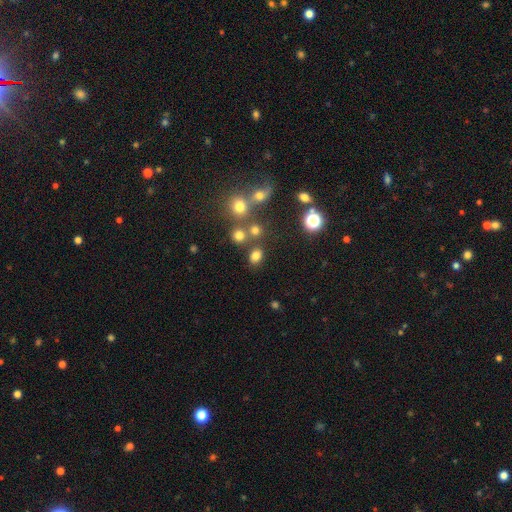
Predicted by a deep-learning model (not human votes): Q: Smooth or featured?
A: smooth (75%); runner-up: star or artifact (17%)
Q: How rounded?
A: in between (55%); runner-up: round (43%)
Q: Merging?
A: none (72%); runner-up: merger (12%)